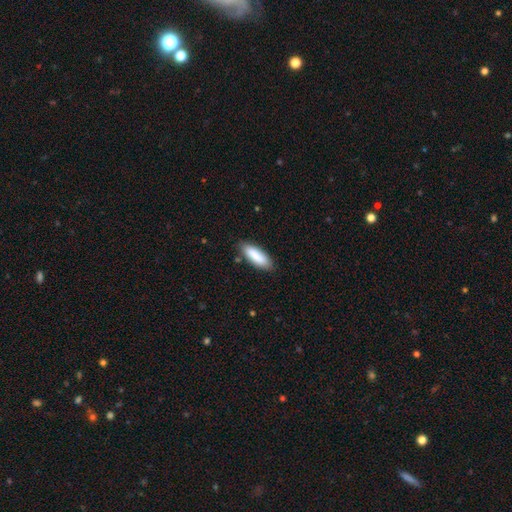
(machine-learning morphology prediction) A smooth galaxy with no disk features (87%) that is in between round and cigar-shaped (57%).

Vote fractions:
- Smooth or featured? smooth: 87% / featured or disk: 8% / star or artifact: 6%
- How rounded? in between: 57% / cigar-shaped: 41% / round: 1%
- Merging? none: 84% / minor disturbance: 12% / major disturbance: 2% / merger: 2%